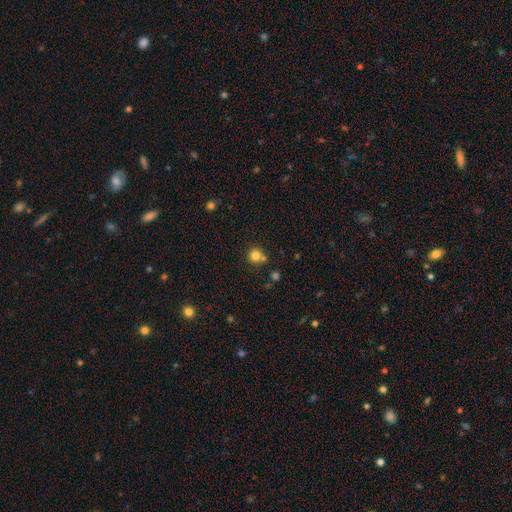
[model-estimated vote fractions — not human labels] This is clearly a smooth galaxy (81%). How rounded: clearly round (93%). Merging: likely none (71%).